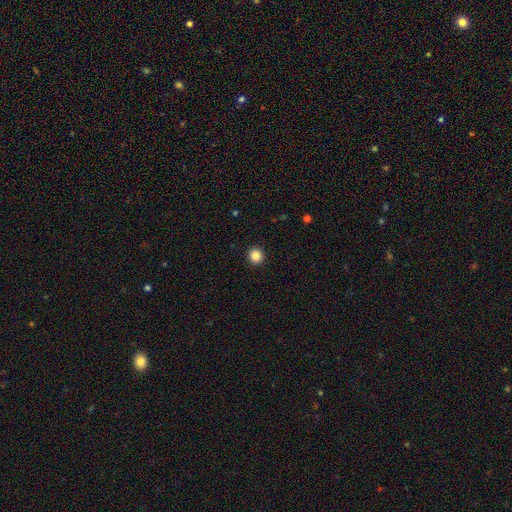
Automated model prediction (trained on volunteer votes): The model was most divided on "smooth or featured": smooth: 86%, star or artifact: 10%, featured or disk: 3%. More confident: merging — none (93%); how rounded — round (90%).